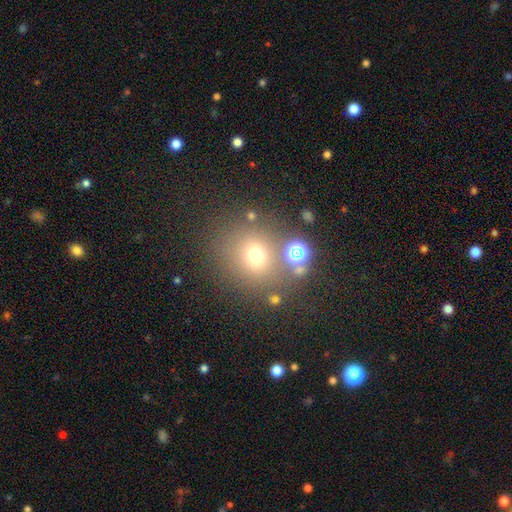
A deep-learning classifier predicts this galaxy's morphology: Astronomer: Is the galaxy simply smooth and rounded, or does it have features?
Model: smooth — 68%.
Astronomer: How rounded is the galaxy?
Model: round — 83%.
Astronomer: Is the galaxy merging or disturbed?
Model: none — 75%.